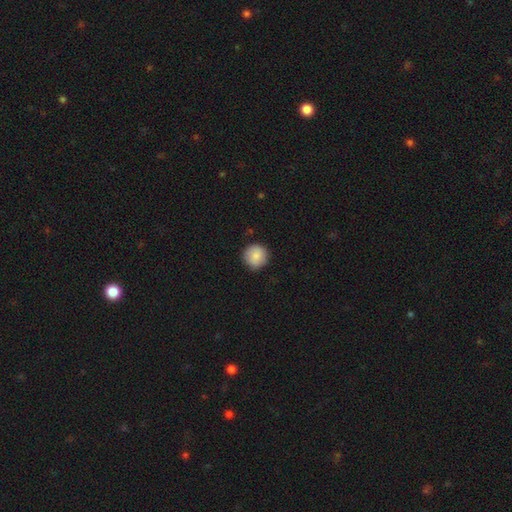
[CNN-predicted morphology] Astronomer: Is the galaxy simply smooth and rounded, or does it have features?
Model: smooth — 86%.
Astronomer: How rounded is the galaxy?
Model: round — 95%.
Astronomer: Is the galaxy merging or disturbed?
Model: none — 90%.